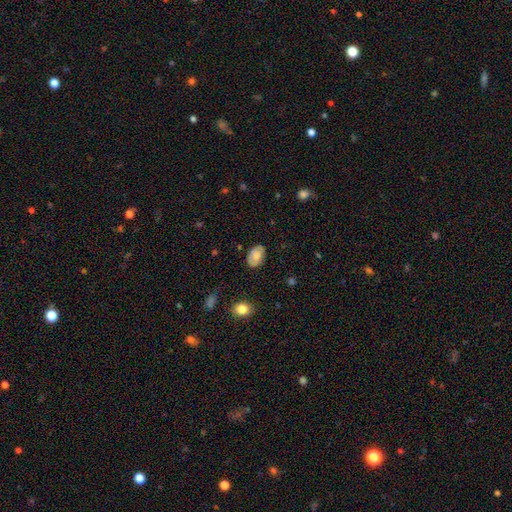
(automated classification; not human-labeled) smooth-or-featured: smooth: 75% | featured or disk: 18% | star or artifact: 7%
  how-rounded: in between: 88% | round: 11% | cigar-shaped: 1%
  merging: none: 82% | minor disturbance: 14% | major disturbance: 3% | merger: 1%